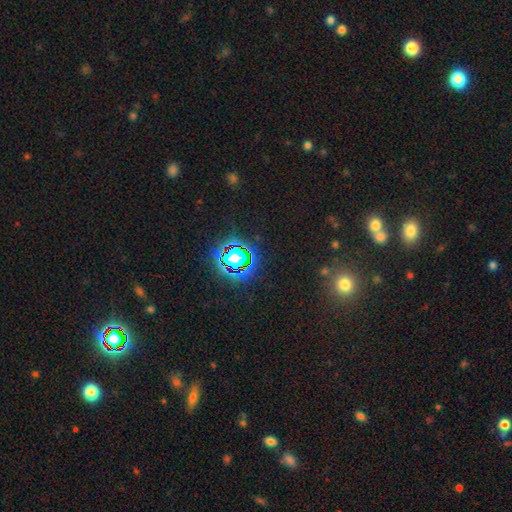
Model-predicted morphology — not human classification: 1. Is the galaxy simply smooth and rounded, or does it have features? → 68% star or artifact, 24% smooth, 7% featured or disk.